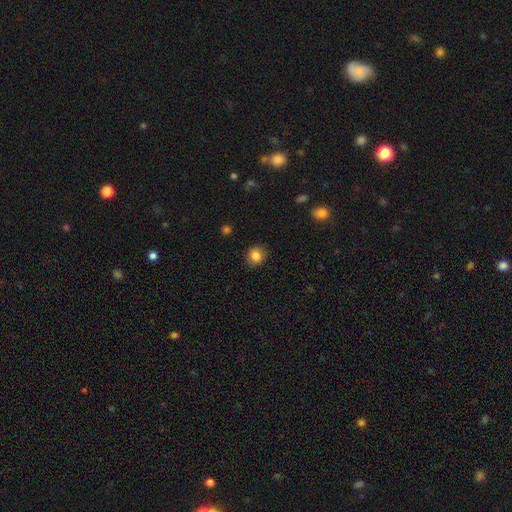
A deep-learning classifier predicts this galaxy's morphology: smooth 85%, star or artifact 10%, featured or disk 5%. Down the decision tree: how rounded — round (79%); merging — none (83%).